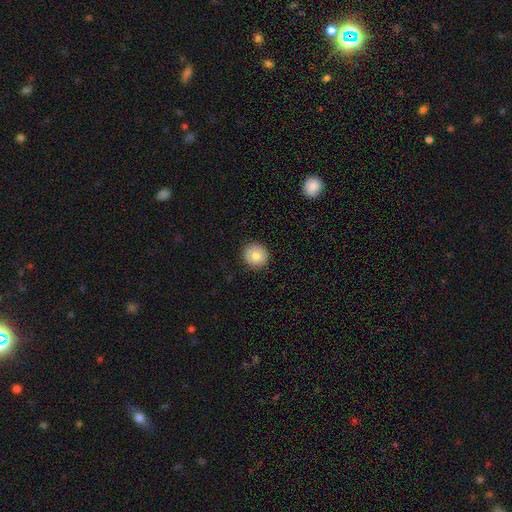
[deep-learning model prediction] A smooth galaxy with no disk features (84%) that is round (94%).

Vote fractions:
- Smooth or featured? smooth: 84% / star or artifact: 8% / featured or disk: 8%
- How rounded? round: 94% / in between: 6% / cigar-shaped: 1%
- Merging? none: 92% / minor disturbance: 6% / major disturbance: 2% / merger: 1%